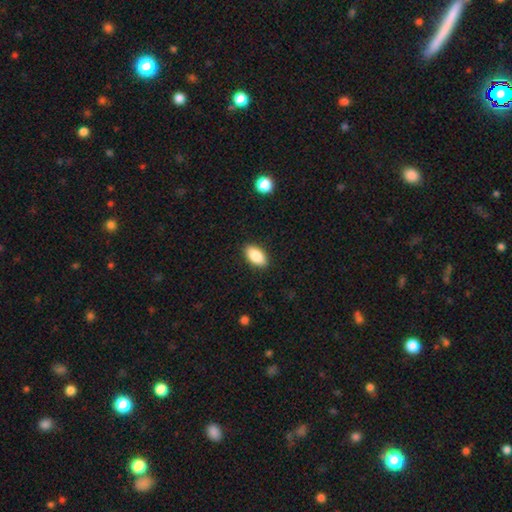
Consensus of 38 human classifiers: Smooth or featured? smooth (97%)
How rounded? in between (95%)
Merging? none (95%)